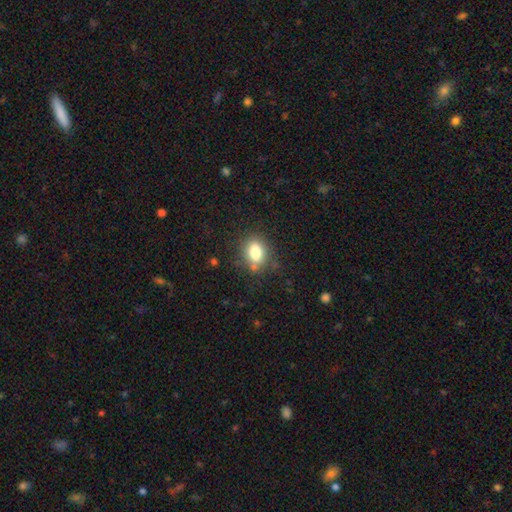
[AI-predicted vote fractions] smooth_or_featured: smooth (p=0.80) [alt: star or artifact p=0.10]
how_rounded: in between (p=0.70) [alt: round p=0.28]
merging: none (p=0.77) [alt: minor disturbance p=0.15]